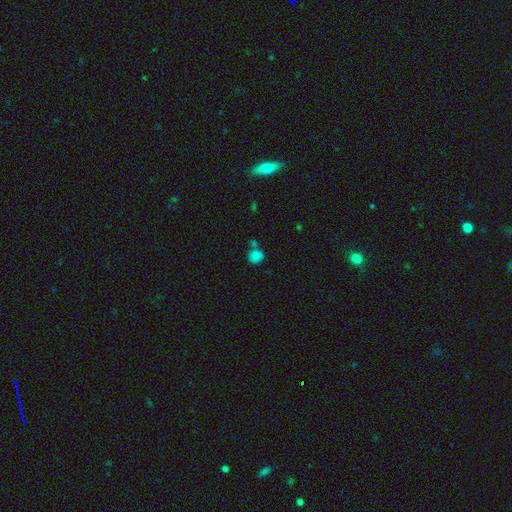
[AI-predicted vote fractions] smooth 82%, star or artifact 13%, featured or disk 6%. Down the decision tree: how rounded — round (75%); merging — none (58%).